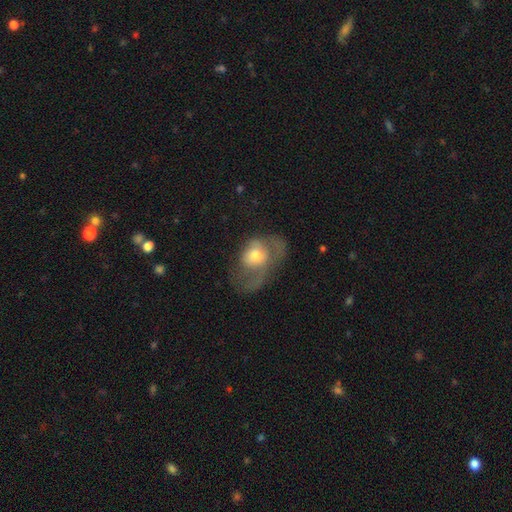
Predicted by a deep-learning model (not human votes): This appears to be a smooth galaxy with no disk features (50%). Merging: major disturbance (56%).